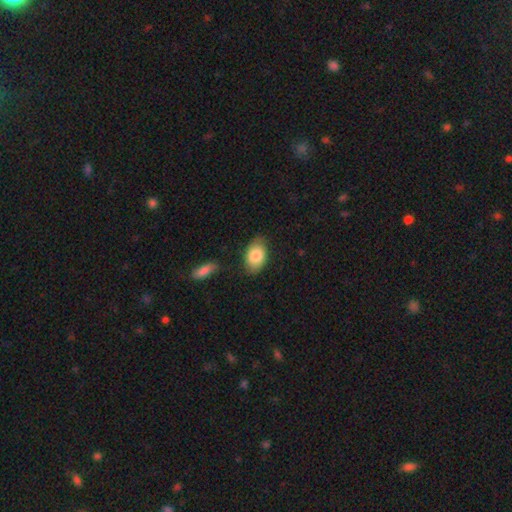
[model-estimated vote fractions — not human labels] smooth_or_featured: smooth (p=0.84) [alt: featured or disk p=0.10]
how_rounded: in between (p=0.89) [alt: round p=0.10]
merging: none (p=0.76) [alt: minor disturbance p=0.17]